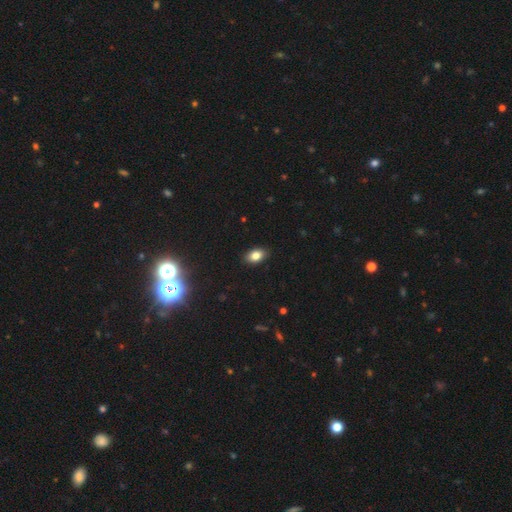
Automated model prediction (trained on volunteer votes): A smooth galaxy with no disk features (82%) that is in between round and cigar-shaped (89%).

Vote fractions:
- Smooth or featured? smooth: 82% / star or artifact: 10% / featured or disk: 8%
- How rounded? in between: 89% / round: 9% / cigar-shaped: 2%
- Merging? none: 89% / minor disturbance: 8% / major disturbance: 2% / merger: 1%